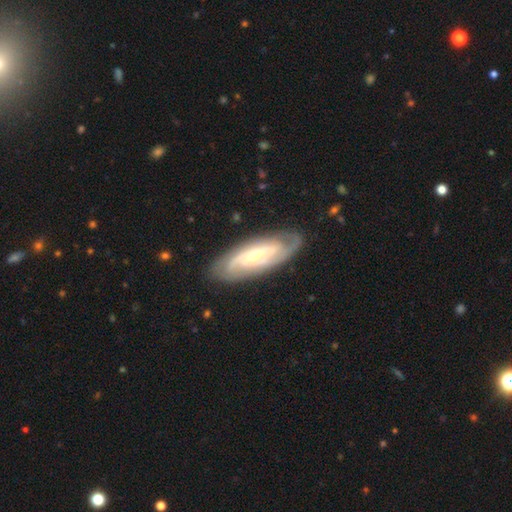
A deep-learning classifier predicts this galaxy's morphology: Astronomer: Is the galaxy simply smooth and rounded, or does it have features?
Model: featured or disk — 77%.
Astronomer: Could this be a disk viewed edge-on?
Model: no — 87%.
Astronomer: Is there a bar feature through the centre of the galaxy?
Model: no — 51% (runner-up: weak, 33%).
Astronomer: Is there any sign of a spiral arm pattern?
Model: yes — 91%.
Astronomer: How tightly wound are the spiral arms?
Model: tight — 57% (runner-up: medium, 33%).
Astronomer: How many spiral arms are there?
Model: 2 — 39% (runner-up: can't tell, 37%).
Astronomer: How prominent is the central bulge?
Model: small — 64%.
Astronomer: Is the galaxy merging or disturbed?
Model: none — 80%.